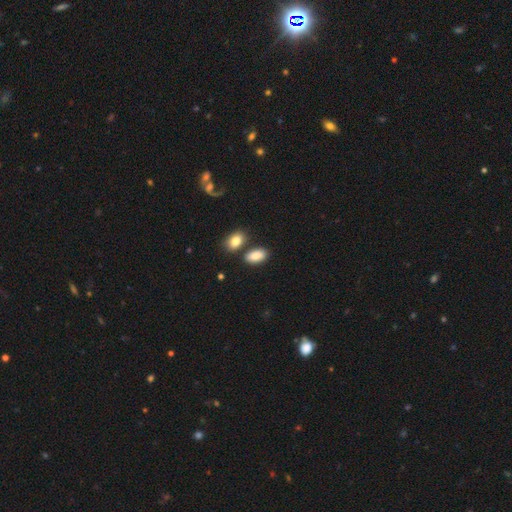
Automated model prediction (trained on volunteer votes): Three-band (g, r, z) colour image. It shows a smooth galaxy with no disk features (86%) that is in between round and cigar-shaped (92%). Merging: none (69%).